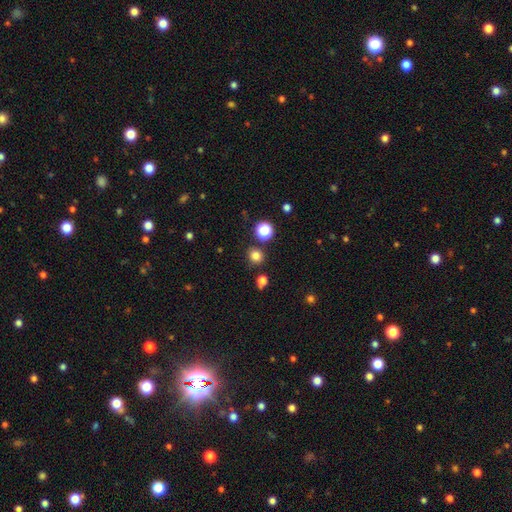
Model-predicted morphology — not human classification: Q: Smooth or featured?
A: smooth (79%); runner-up: star or artifact (16%)
Q: How rounded?
A: round (87%); runner-up: in between (12%)
Q: Merging?
A: none (85%); runner-up: minor disturbance (7%)